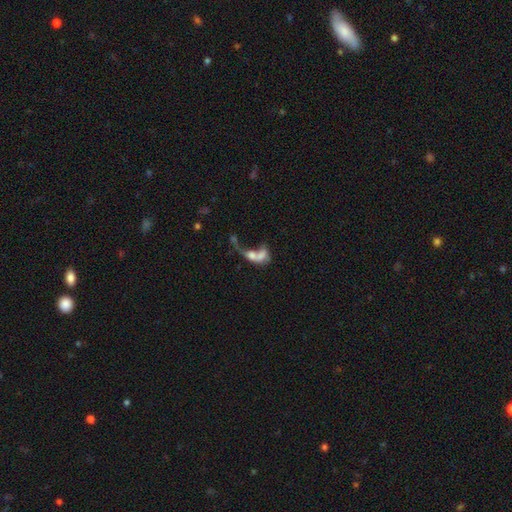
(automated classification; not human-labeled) This appears to be a smooth galaxy with no disk features (50%) that is in between round and cigar-shaped (74%). Merging: merger (61%).